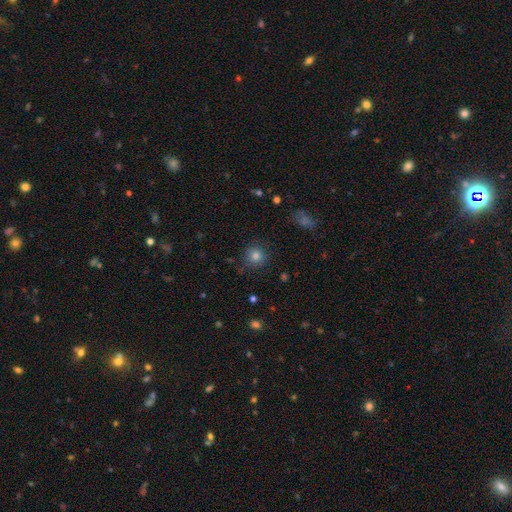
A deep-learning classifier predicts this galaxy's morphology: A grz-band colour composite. It shows a smooth galaxy with no disk features (81%) that is round (92%). Merging: none (85%).